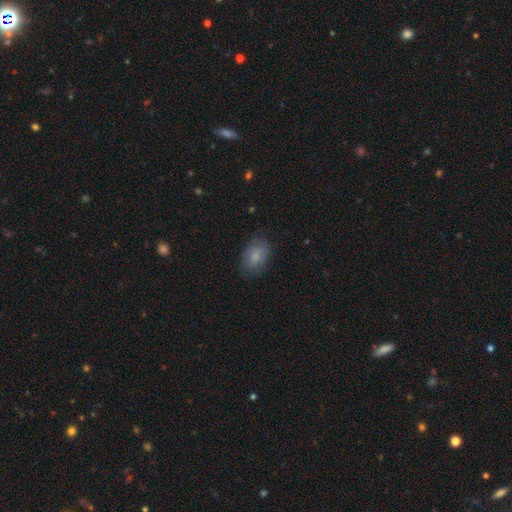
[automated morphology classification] smooth_or_featured: smooth (p=0.79) [alt: featured or disk p=0.14]
how_rounded: in between (p=0.84) [alt: round p=0.14]
merging: none (p=0.79) [alt: minor disturbance p=0.16]